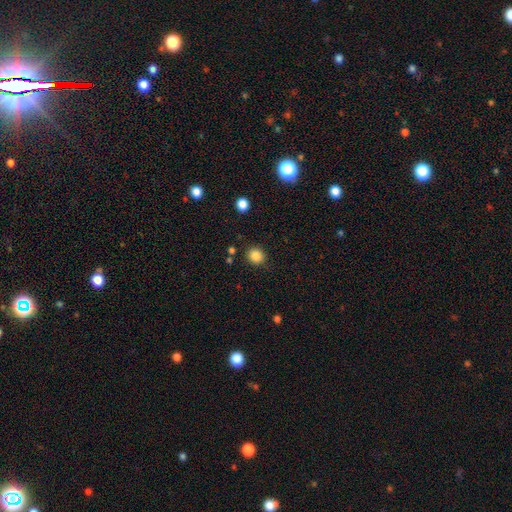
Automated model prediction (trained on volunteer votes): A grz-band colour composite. It shows a smooth galaxy with no disk features (85%) that is round (84%). Merging: none (87%).